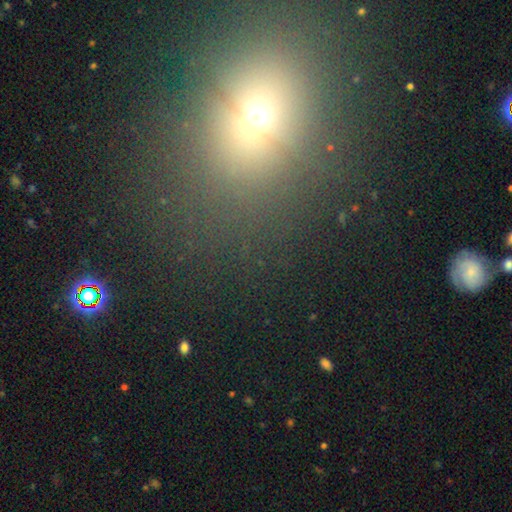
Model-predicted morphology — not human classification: Smooth or featured?
  - smooth: 46% *
  - star or artifact: 42%
  - featured or disk: 12%
Merging?
  - none: 77% *
  - minor disturbance: 10%
  - major disturbance: 8%
  - merger: 4%